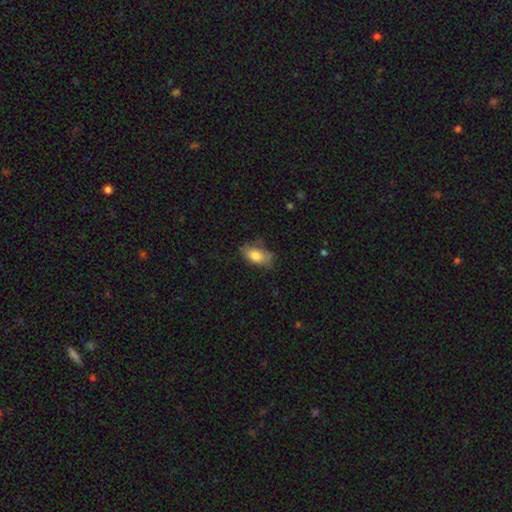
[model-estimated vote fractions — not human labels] Smooth or featured: smooth — 78% (featured or disk — 14%)
How rounded: in between — 89% (round — 7%)
Merging: none — 57% (minor disturbance — 30%)